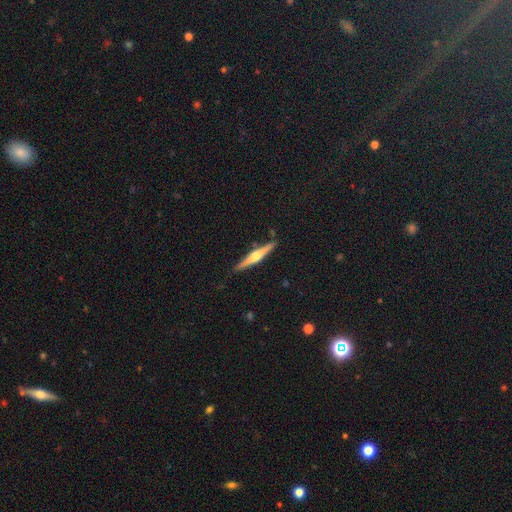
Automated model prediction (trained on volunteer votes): Q: Smooth or featured?
A: featured or disk (72%); runner-up: smooth (23%)
Q: Edge-on disk?
A: yes (98%); runner-up: no (2%)
Q: Edge-on bulge?
A: rounded (91%); runner-up: boxy (5%)
Q: Merging?
A: none (89%); runner-up: minor disturbance (8%)